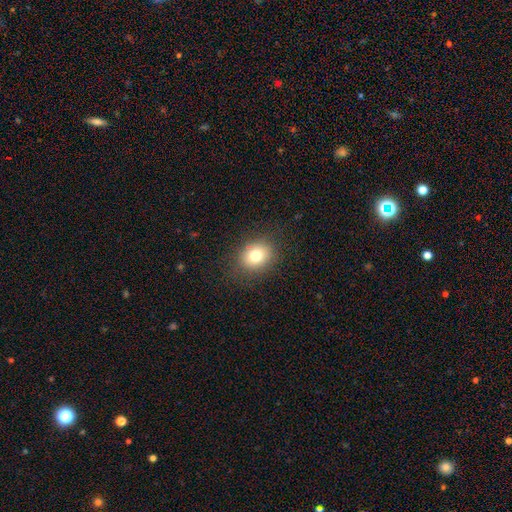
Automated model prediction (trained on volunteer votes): Morphology: type=smooth (77%); roundness=round (55%); merging=none (84%).